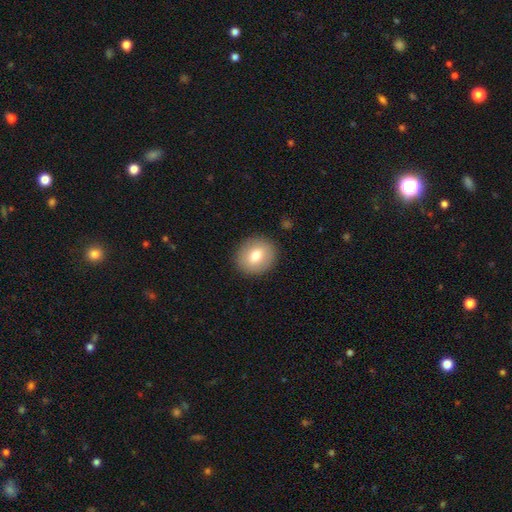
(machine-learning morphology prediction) smooth-or-featured: smooth: 76% | featured or disk: 16% | star or artifact: 8%
  how-rounded: round: 78% | in between: 21% | cigar-shaped: 1%
  merging: none: 90% | minor disturbance: 7% | major disturbance: 2% | merger: 1%